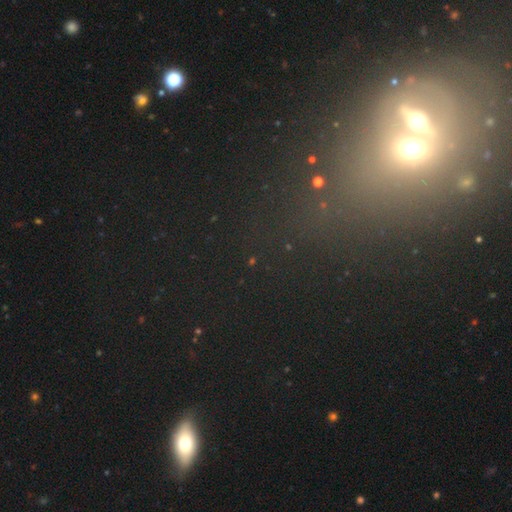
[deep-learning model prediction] star or artifact 54%, smooth 28%, featured or disk 19%.